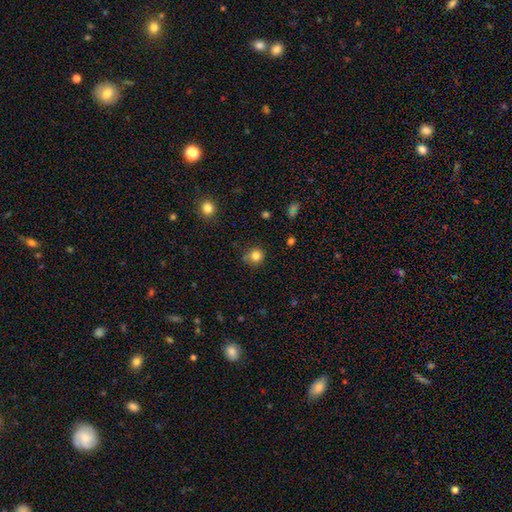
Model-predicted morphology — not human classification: Smooth or featured? Predicted: smooth (p=0.82). How rounded? Predicted: round (p=0.88). Merging? Predicted: none (p=0.75).